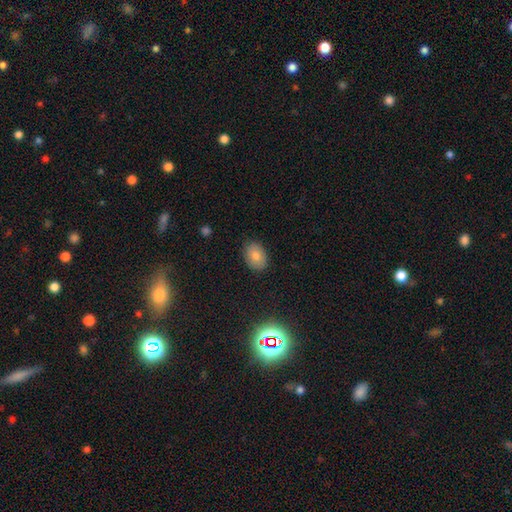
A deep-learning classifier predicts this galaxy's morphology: This is likely a smooth galaxy (75%). How rounded: likely in between (78%). Merging: clearly none (86%).